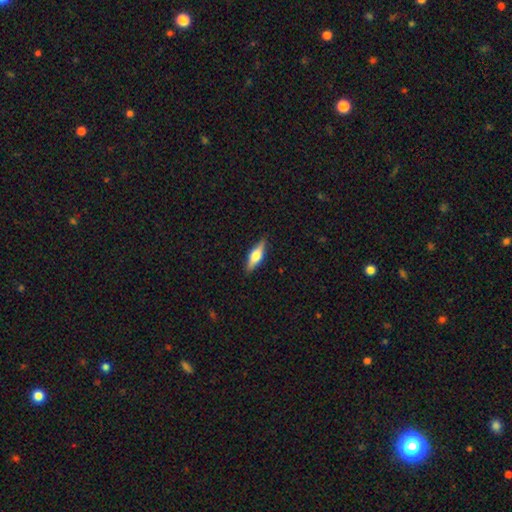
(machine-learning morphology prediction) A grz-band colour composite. It shows a smooth galaxy with no disk features (49%). Merging: none (88%).